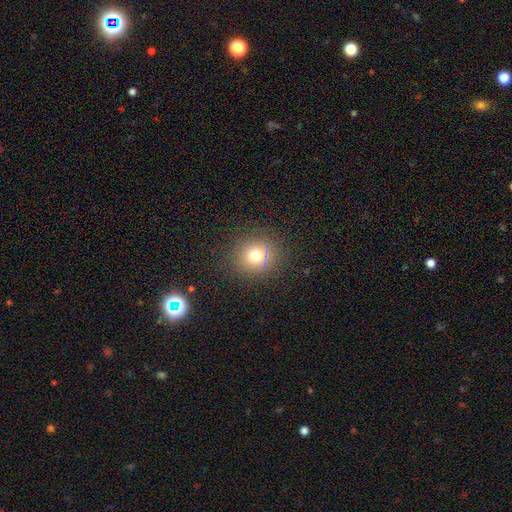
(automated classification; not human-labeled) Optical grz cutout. It shows a smooth galaxy with no disk features (70%) that is round (87%). Merging: none (87%).